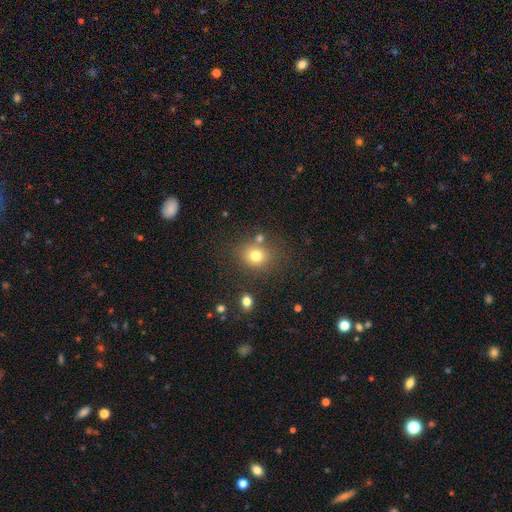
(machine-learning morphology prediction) This appears to be a smooth galaxy with no disk features (76%) that is round (78%). Merging: none (74%).